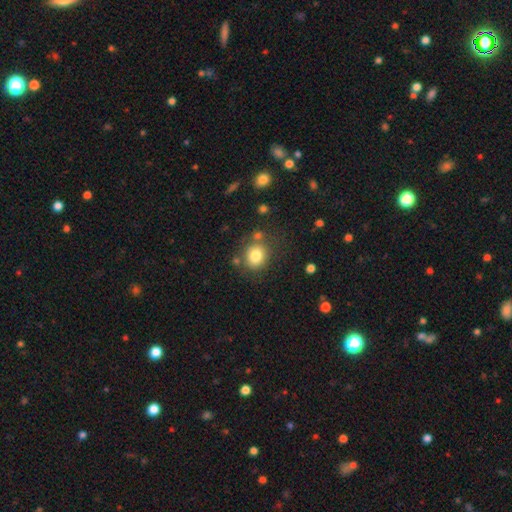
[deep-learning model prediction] A smooth galaxy with no disk features (80%) that is round (72%). Merging: none (73%).